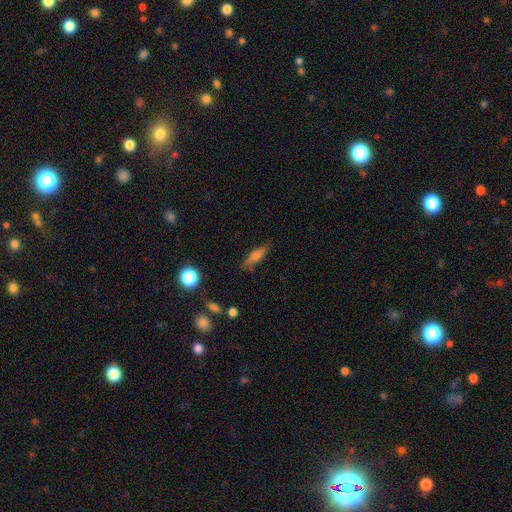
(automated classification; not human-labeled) Q: Smooth or featured?
A: smooth (58%); runner-up: featured or disk (31%)
Q: How rounded?
A: cigar-shaped (65%); runner-up: in between (31%)
Q: Merging?
A: none (80%); runner-up: minor disturbance (14%)